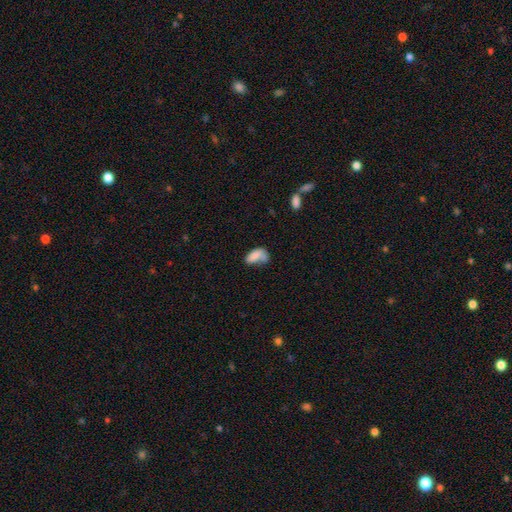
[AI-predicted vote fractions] This is likely a smooth galaxy (77%). How rounded: clearly in between (90%). Merging: marginally none (32%).